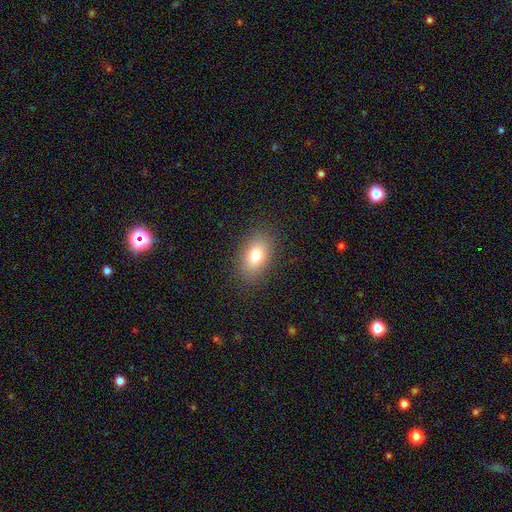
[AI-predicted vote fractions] Q: Smooth or featured?
A: smooth (78%); runner-up: featured or disk (12%)
Q: How rounded?
A: in between (85%); runner-up: round (13%)
Q: Merging?
A: none (87%); runner-up: minor disturbance (9%)